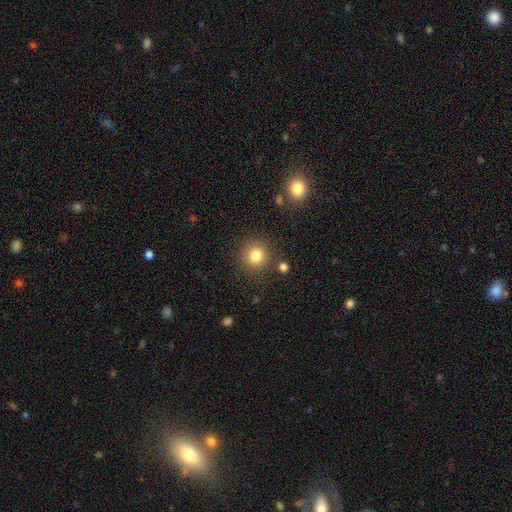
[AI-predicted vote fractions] Smooth or featured?
  - smooth: 81% *
  - star or artifact: 13%
  - featured or disk: 7%
How rounded?
  - round: 93% *
  - in between: 6%
  - cigar-shaped: 1%
Merging?
  - none: 86% *
  - minor disturbance: 8%
  - merger: 4%
  - major disturbance: 3%